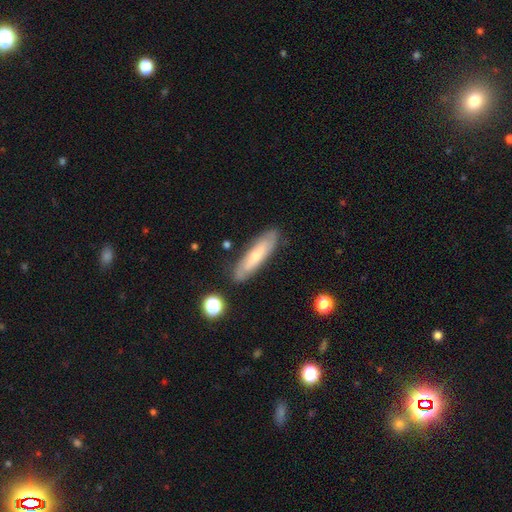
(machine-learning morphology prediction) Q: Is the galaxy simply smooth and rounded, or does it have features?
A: smooth — 53%.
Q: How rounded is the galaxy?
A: cigar-shaped — 71%.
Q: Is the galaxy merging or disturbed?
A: none — 83%.